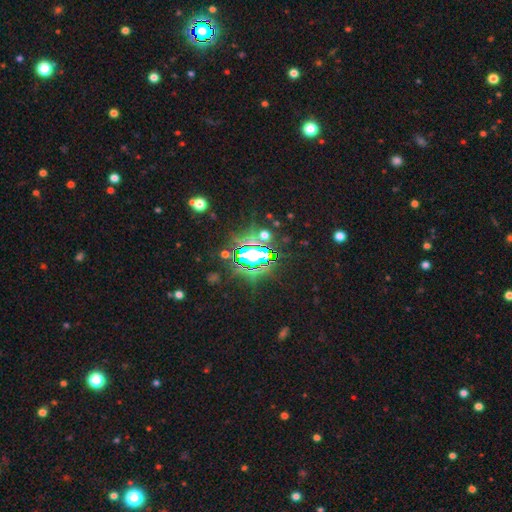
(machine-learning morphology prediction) Smooth or featured?
  - star or artifact: 79% *
  - smooth: 12%
  - featured or disk: 9%